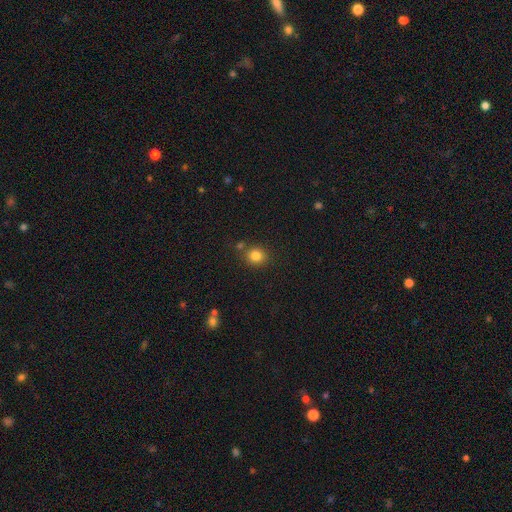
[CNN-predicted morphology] smooth 83%, star or artifact 12%, featured or disk 6%. Down the decision tree: how rounded — round (82%); merging — none (77%).